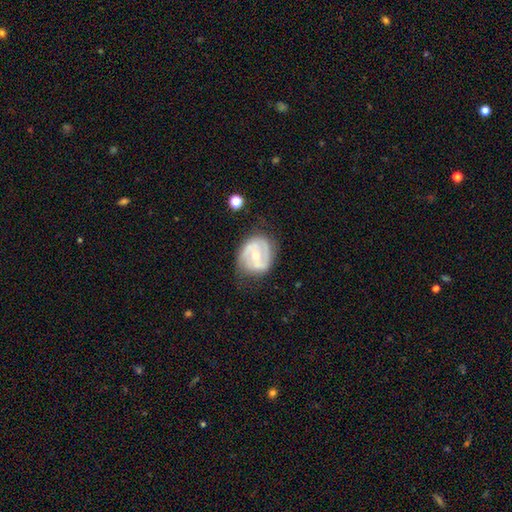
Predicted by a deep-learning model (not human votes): Smooth or featured? featured or disk (77%)
Edge-on disk? no (97%)
Bar? weak (42%)
Spiral arms? yes (83%)
Spiral winding? medium (43%)
Spiral arm count? 2 (73%)
Bulge size? moderate (58%)
Merging? none (65%)